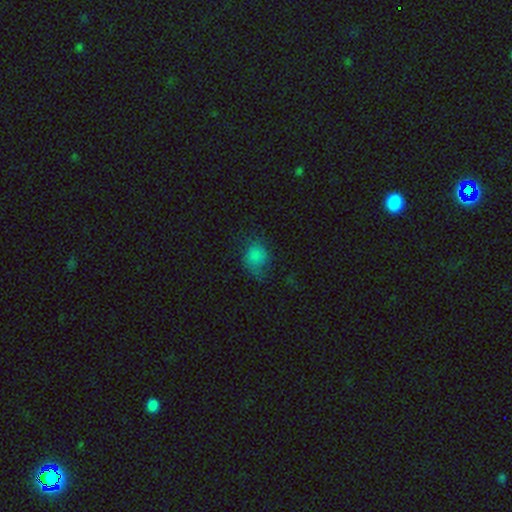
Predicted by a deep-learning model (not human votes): This is likely a smooth galaxy (73%). How rounded: possibly round (55%). Merging: possibly none (48%).